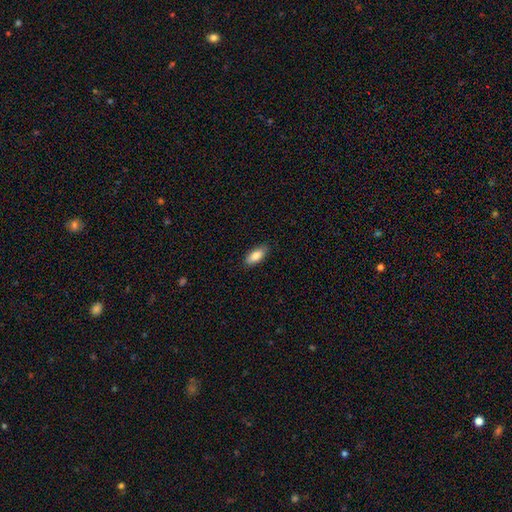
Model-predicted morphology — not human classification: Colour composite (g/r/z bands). It shows a smooth galaxy with no disk features (84%) that is in between round and cigar-shaped (81%). Merging: none (87%).